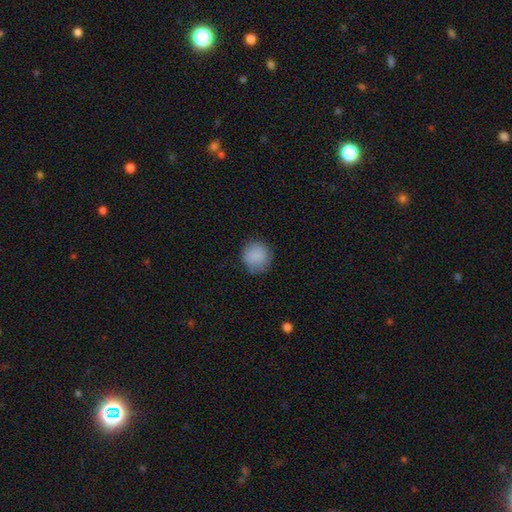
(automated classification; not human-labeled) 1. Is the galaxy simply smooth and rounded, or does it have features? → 87% smooth, 8% star or artifact, 5% featured or disk.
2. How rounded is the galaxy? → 90% round, 9% in between, 1% cigar-shaped.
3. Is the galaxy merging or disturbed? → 83% none, 13% minor disturbance, 3% major disturbance, 1% merger.